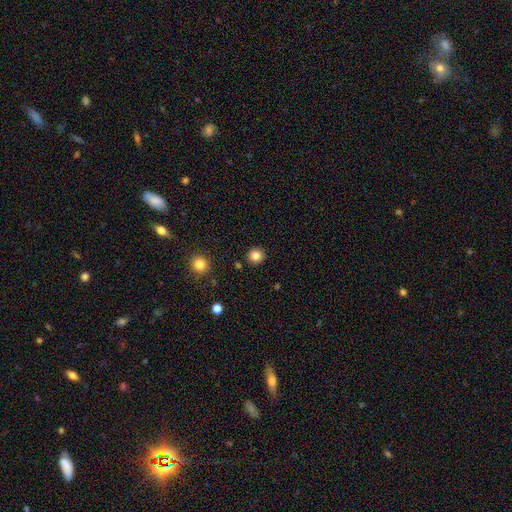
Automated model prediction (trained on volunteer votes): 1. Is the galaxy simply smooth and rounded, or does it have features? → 83% smooth, 12% star or artifact, 5% featured or disk.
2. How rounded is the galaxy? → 92% round, 7% in between, 1% cigar-shaped.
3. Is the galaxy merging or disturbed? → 91% none, 6% minor disturbance, 2% merger, 2% major disturbance.